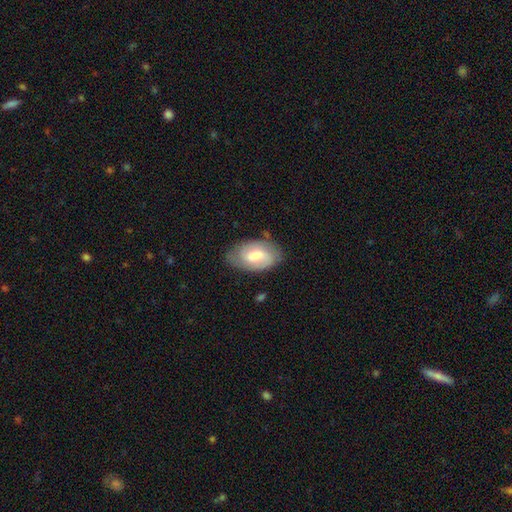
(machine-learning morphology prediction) smooth-or-featured: featured or disk: 54% | smooth: 40% | star or artifact: 6%
  disk-edge-on: no: 95% | yes: 5%
    bar: weak: 48% | no: 41% | strong: 11%
    has-spiral-arms: yes: 79% | no: 21%
    bulge-size: moderate: 65% | small: 21% | large: 11% | none: 2% | dominant: 1%
  merging: none: 75% | minor disturbance: 19% | major disturbance: 5% | merger: 1%